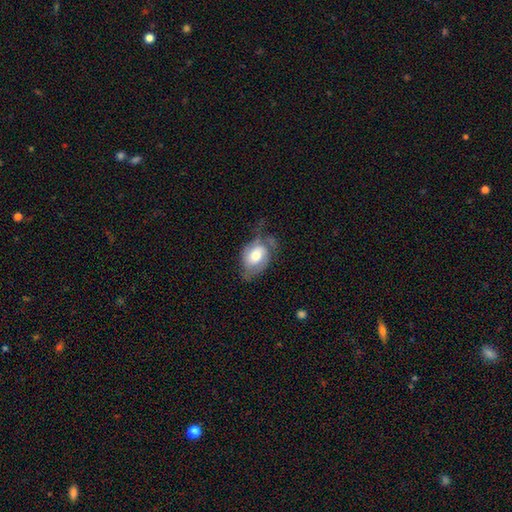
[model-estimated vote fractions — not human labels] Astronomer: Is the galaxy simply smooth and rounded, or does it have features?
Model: smooth — 49% (runner-up: featured or disk, 44%).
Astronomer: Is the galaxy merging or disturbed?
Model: minor disturbance — 32%, tied with none and major disturbance at 32%.